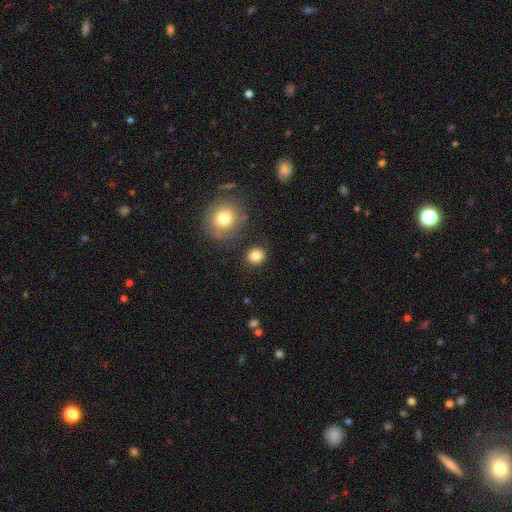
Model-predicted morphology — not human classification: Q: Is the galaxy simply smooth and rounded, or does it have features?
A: smooth — 83%.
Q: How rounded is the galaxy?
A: round — 85%.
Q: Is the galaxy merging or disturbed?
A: none — 85%.